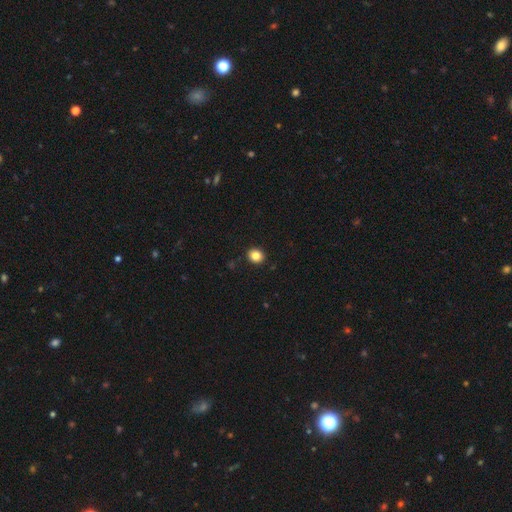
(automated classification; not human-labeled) Smooth or featured: smooth — 84% (star or artifact — 10%)
How rounded: round — 76% (in between — 24%)
Merging: none — 91% (minor disturbance — 6%)